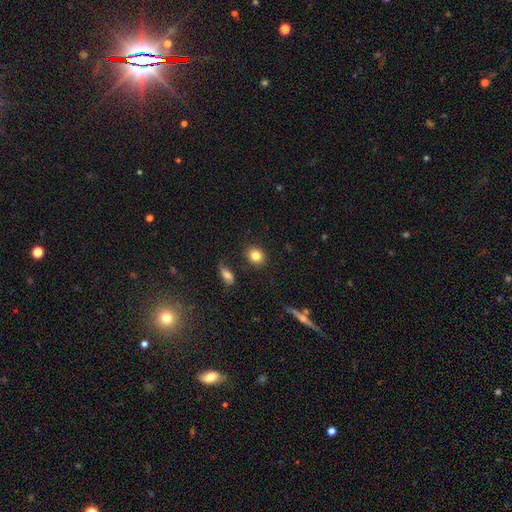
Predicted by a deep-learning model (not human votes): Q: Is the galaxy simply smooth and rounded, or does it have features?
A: smooth — 82%.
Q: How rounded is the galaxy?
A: round — 65%.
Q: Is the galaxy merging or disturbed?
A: none — 85%.